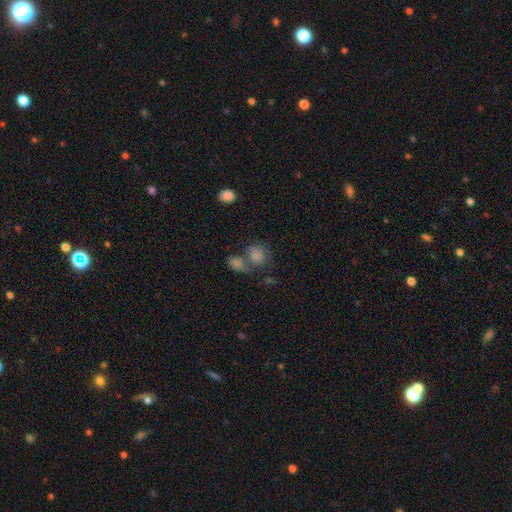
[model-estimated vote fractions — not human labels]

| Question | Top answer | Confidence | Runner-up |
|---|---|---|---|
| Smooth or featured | smooth | 76% | featured or disk (14%) |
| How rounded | round | 60% | in between (39%) |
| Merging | merger | 53% | none (27%) |